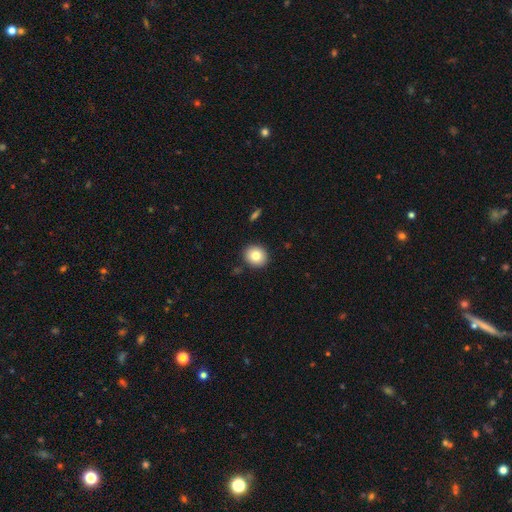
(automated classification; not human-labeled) Smooth or featured: smooth — 80% (featured or disk — 10%)
How rounded: round — 79% (in between — 20%)
Merging: none — 90% (minor disturbance — 7%)